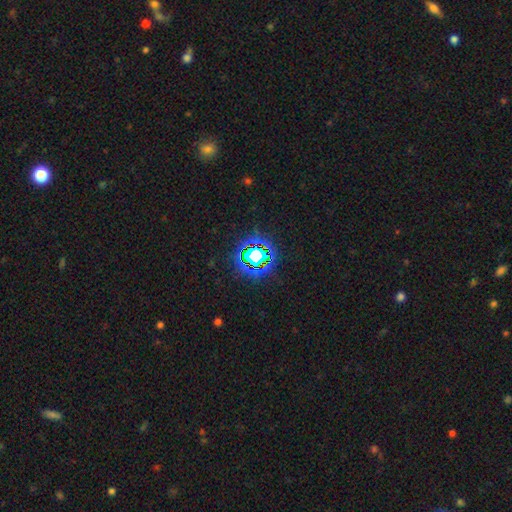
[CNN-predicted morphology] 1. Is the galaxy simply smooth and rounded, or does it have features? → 73% star or artifact, 16% smooth, 11% featured or disk.